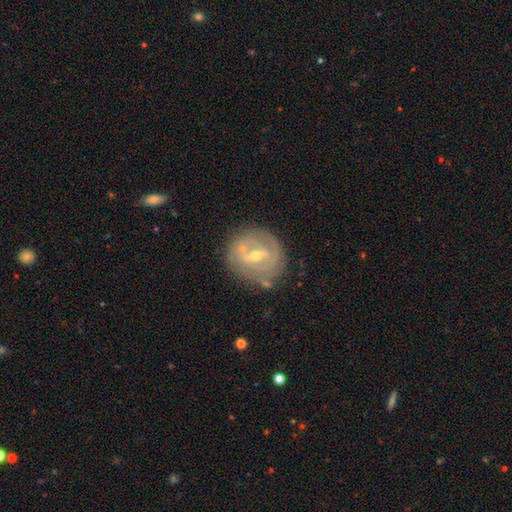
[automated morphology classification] featured or disk 73%, smooth 20%, star or artifact 7%. Down the decision tree: edge-on disk — no (95%); bar — weak (49%); spiral arms — yes (61%); bulge size — moderate (50%); merging — none (69%).